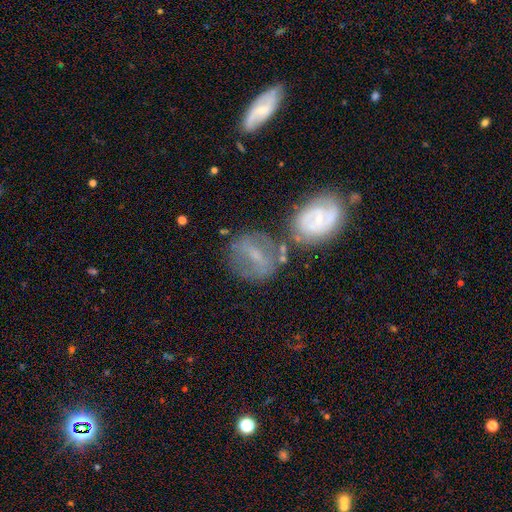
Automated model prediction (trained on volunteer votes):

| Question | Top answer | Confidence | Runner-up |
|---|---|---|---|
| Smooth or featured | featured or disk | 56% | smooth (33%) |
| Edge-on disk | no | 92% | yes (8%) |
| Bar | weak | 43% | strong (36%) |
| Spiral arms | yes | 56% | no (44%) |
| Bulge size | small | 56% | moderate (24%) |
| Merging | none | 50% | merger (19%) |